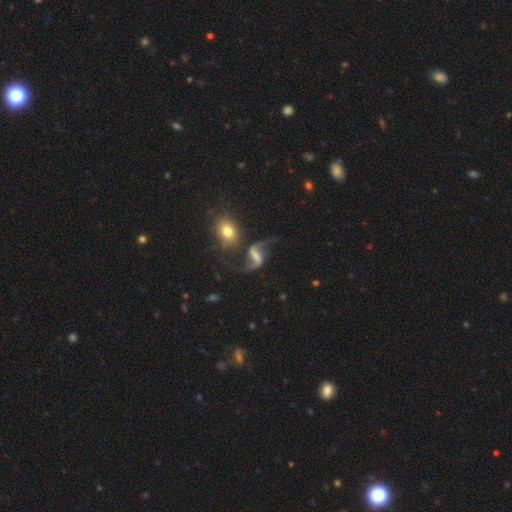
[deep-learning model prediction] Morphology: type=featured or disk (83%); edge-on=no (97%); bar=strong (43%); spiral arms=yes (94%); winding=loose (86%); arm count=2 (93%); bulge=none (39%); merging=none (61%).